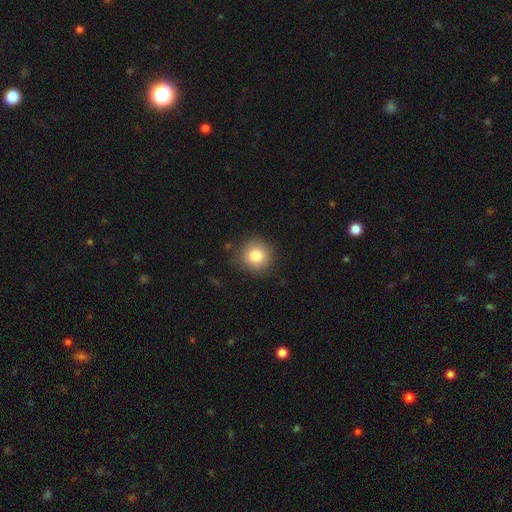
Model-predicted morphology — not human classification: Overall: smooth (82%). How rounded: round (91%). Merging: none (86%).